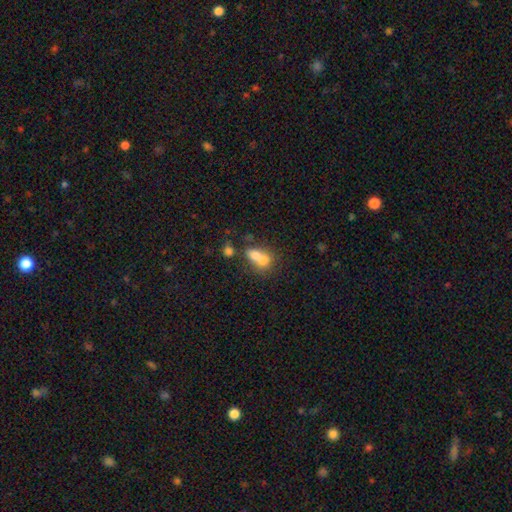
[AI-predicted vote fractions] smooth-or-featured: smooth: 68% | featured or disk: 21% | star or artifact: 11%
  how-rounded: in between: 51% | round: 47% | cigar-shaped: 2%
  merging: merger: 68% | none: 22% | minor disturbance: 6% | major disturbance: 4%